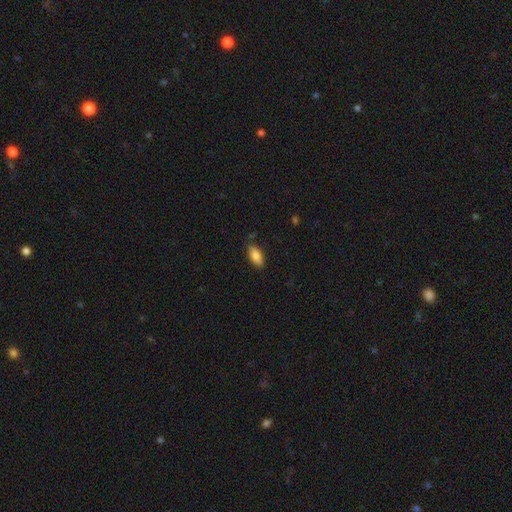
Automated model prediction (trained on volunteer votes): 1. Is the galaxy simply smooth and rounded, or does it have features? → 85% smooth, 8% featured or disk, 7% star or artifact.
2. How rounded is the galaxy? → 88% in between, 10% cigar-shaped, 2% round.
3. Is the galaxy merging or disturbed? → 85% none, 11% minor disturbance, 2% major disturbance, 2% merger.